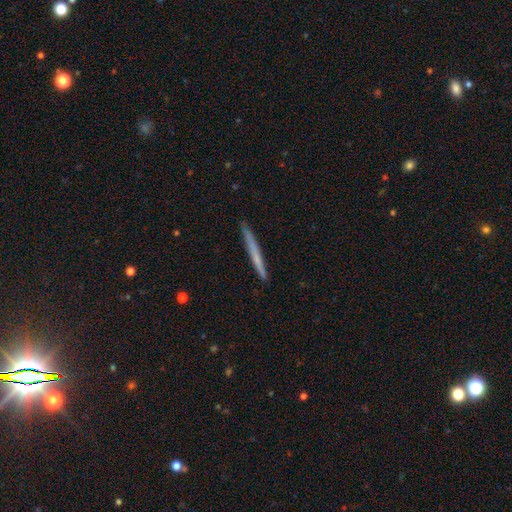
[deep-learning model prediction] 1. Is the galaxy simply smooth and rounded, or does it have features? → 56% smooth, 38% featured or disk, 6% star or artifact.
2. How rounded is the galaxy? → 97% cigar-shaped, 2% in between, 1% round.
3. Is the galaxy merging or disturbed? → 91% none, 7% minor disturbance, 1% major disturbance, 1% merger.